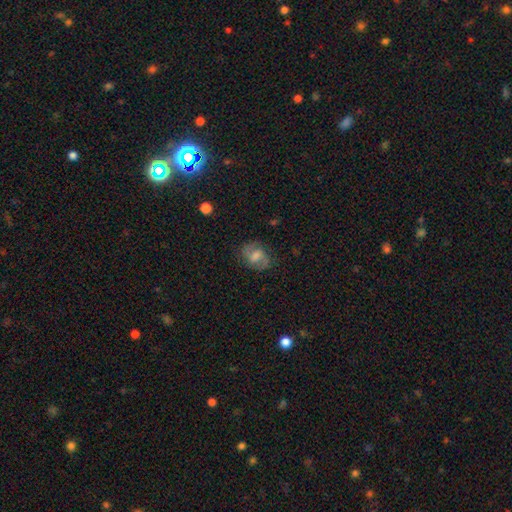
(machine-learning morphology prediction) A featured or disk galaxy (59%) with a weak bar (50%), spiral arms (86%) and a moderate central bulge (42%). Merging: none (77%).